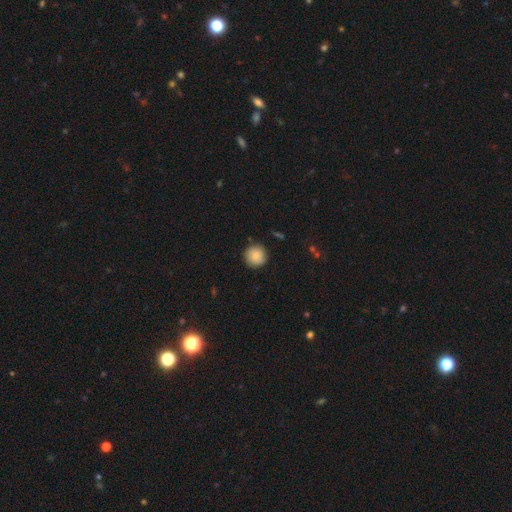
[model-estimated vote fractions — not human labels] Smooth or featured: smooth — 86% (star or artifact — 8%)
How rounded: round — 95% (in between — 4%)
Merging: none — 87% (minor disturbance — 9%)